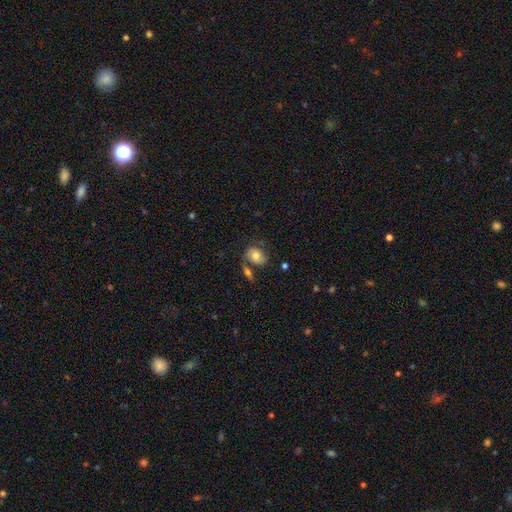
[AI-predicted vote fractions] Overall: smooth (61%; featured or disk 30%). How rounded: in between (67%; round 32%). Merging: none (48%; merger 22%).